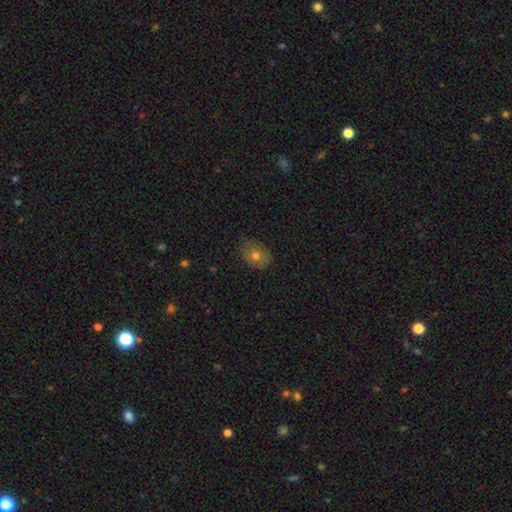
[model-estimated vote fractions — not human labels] smooth_or_featured: smooth (p=0.73) [alt: featured or disk p=0.16]
how_rounded: in between (p=0.59) [alt: round p=0.40]
merging: none (p=0.81) [alt: minor disturbance p=0.15]